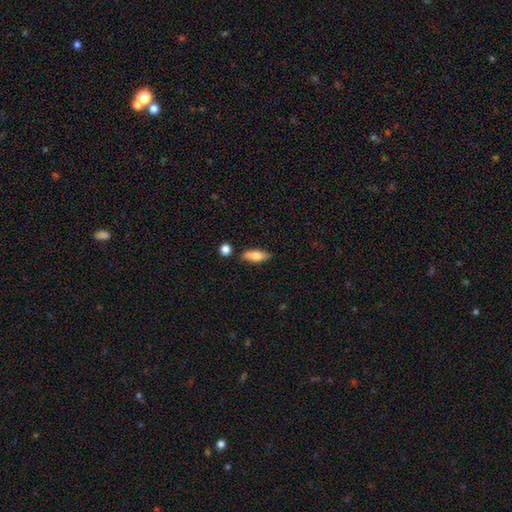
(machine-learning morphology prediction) Smooth or featured?
  - smooth: 76% *
  - featured or disk: 18%
  - star or artifact: 7%
How rounded?
  - in between: 68% *
  - cigar-shaped: 29%
  - round: 3%
Merging?
  - none: 79% *
  - minor disturbance: 14%
  - merger: 5%
  - major disturbance: 3%